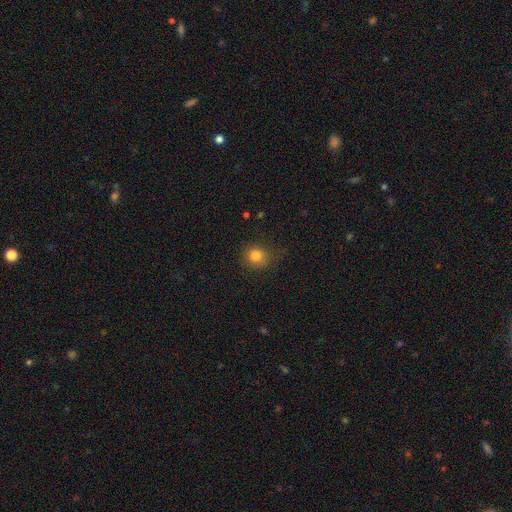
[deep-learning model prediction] Q: Smooth or featured?
A: smooth (82%); runner-up: star or artifact (13%)
Q: How rounded?
A: round (80%); runner-up: in between (19%)
Q: Merging?
A: none (78%); runner-up: minor disturbance (15%)